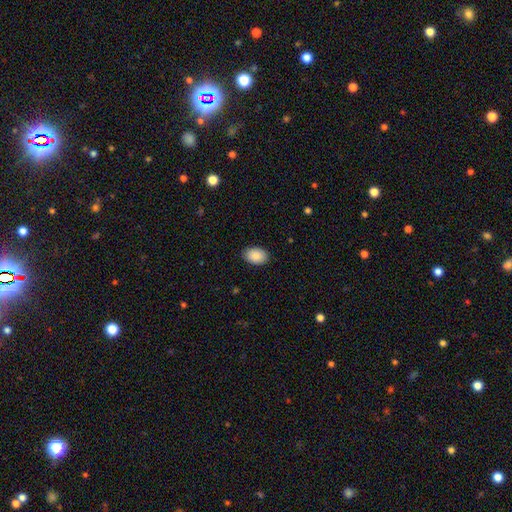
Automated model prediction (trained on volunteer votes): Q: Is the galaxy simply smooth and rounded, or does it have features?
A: smooth — 90%.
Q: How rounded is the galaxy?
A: in between — 86%.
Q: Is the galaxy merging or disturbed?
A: none — 89%.